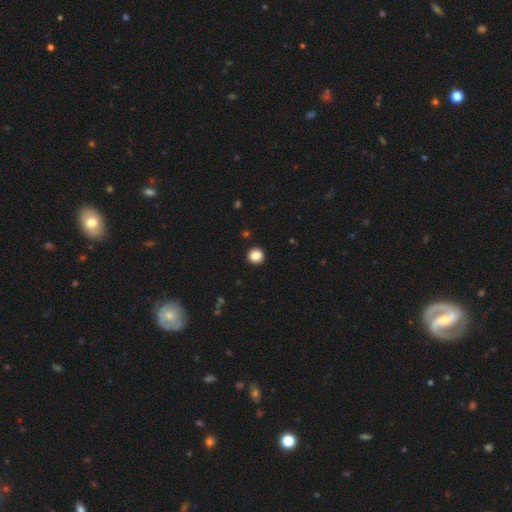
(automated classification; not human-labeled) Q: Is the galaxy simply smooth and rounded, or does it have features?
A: smooth — 85%.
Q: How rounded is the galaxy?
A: round — 94%.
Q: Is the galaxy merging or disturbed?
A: none — 94%.